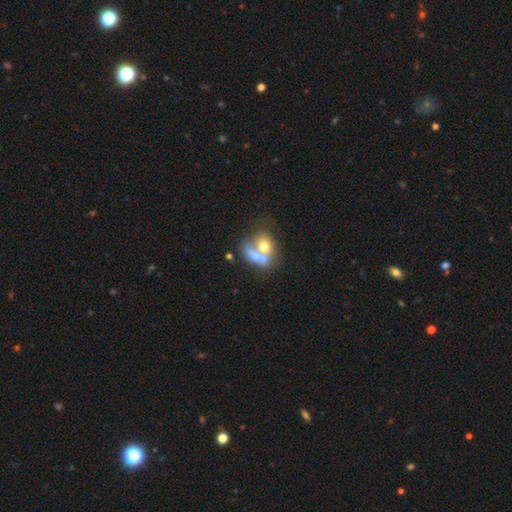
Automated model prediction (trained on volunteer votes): smooth_or_featured: smooth (p=0.54) [alt: featured or disk p=0.36]
how_rounded: in between (p=0.51) [alt: round p=0.47]
merging: merger (p=0.67) [alt: none p=0.20]